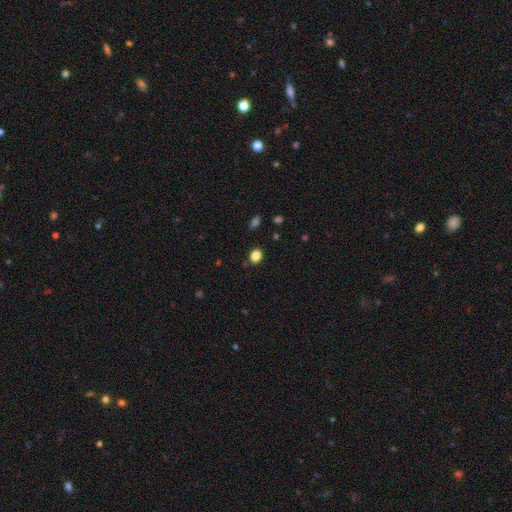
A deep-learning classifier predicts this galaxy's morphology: A smooth galaxy with no disk features (84%) that is round (52%). Merging: none (86%).